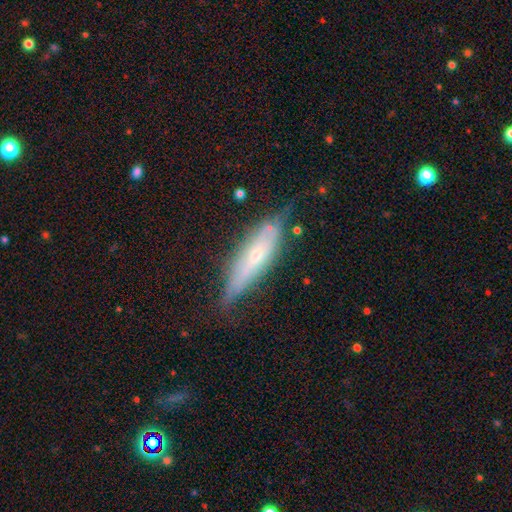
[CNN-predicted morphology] Q: Smooth or featured?
A: featured or disk (58%); runner-up: smooth (34%)
Q: Edge-on disk?
A: yes (70%); runner-up: no (30%)
Q: Merging?
A: none (64%); runner-up: minor disturbance (27%)